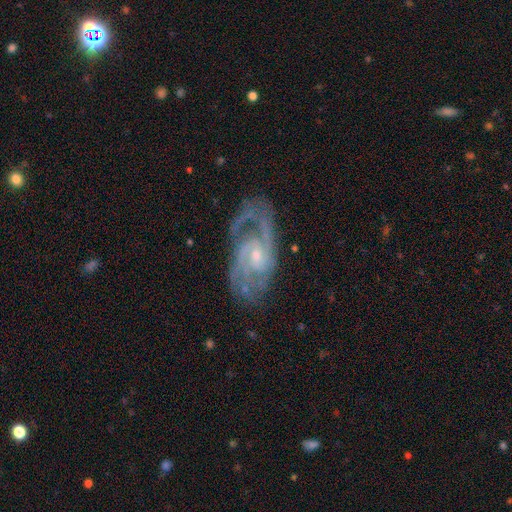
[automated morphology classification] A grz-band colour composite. It shows a featured or disk galaxy (90%) with no bar (51%), 2 (58%) medium (49%) spiral arms (97%) and a small central bulge (59%). Merging: none (69%).